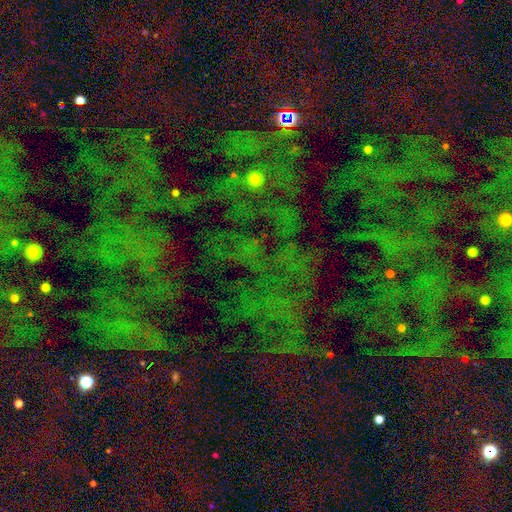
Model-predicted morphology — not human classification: This is likely a star or artifact rather than a galaxy (80%).